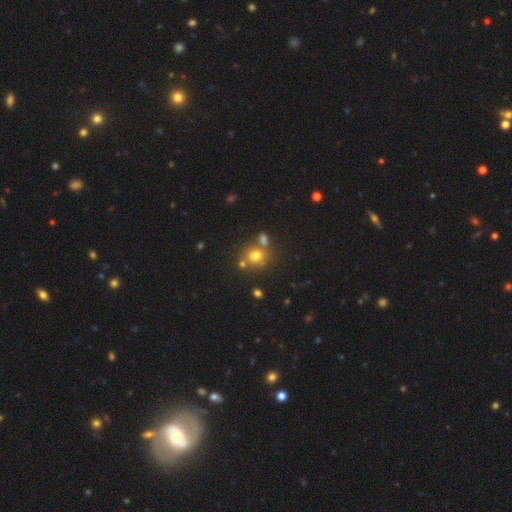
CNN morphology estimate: The model was most divided on "merging": none: 61%, merger: 23%, minor disturbance: 12%, major disturbance: 5%. More confident: how rounded — round (75%); smooth or featured — smooth (70%).